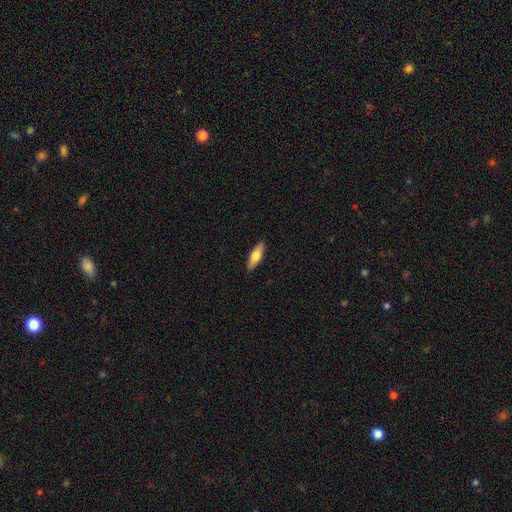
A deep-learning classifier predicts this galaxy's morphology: type=smooth (60%); roundness=in between (52%); merging=none (90%).